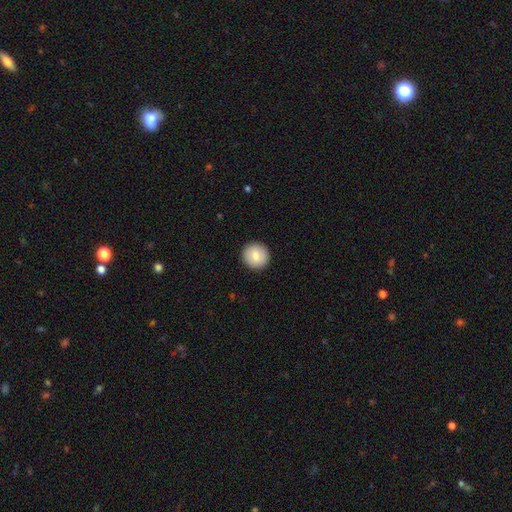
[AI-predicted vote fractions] This appears to be a smooth galaxy with no disk features (77%) that is round (94%). Merging: none (92%).